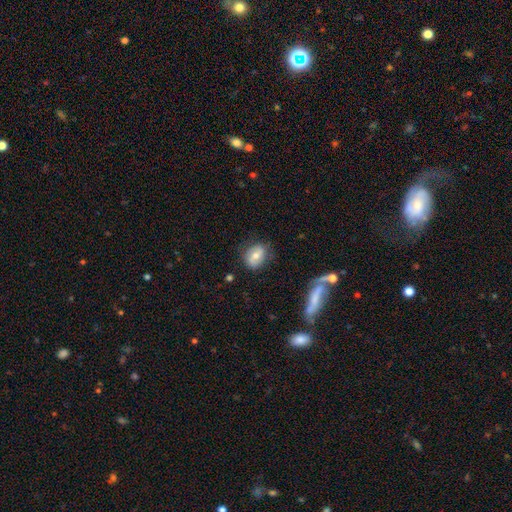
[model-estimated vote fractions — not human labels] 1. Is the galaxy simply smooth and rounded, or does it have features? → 60% smooth, 32% featured or disk, 9% star or artifact.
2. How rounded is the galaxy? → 61% in between, 37% round, 2% cigar-shaped.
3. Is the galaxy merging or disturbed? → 74% none, 19% minor disturbance, 5% major disturbance, 2% merger.